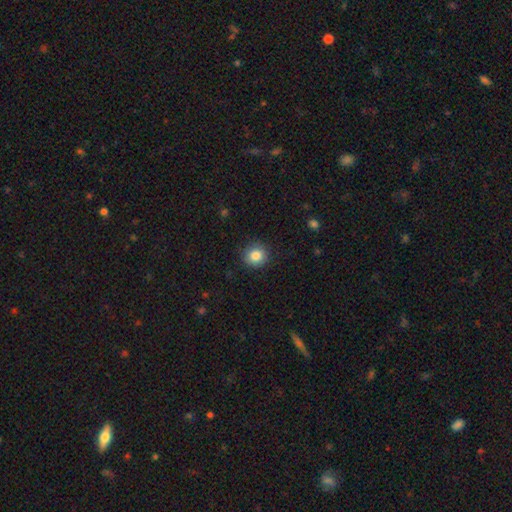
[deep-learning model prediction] This is clearly a smooth galaxy (85%). How rounded: clearly round (89%). Merging: clearly none (89%).